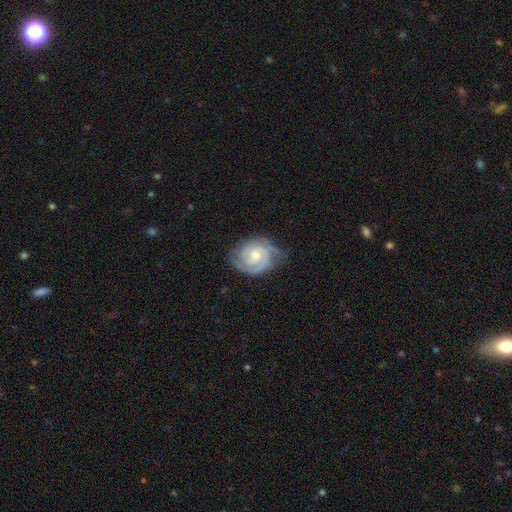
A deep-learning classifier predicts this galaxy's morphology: Smooth or featured? featured or disk (86%)
Edge-on disk? no (98%)
Bar? no (64%)
Spiral arms? yes (97%)
Spiral winding? tight (69%)
Spiral arm count? 2 (61%)
Bulge size? moderate (57%)
Merging? none (68%)